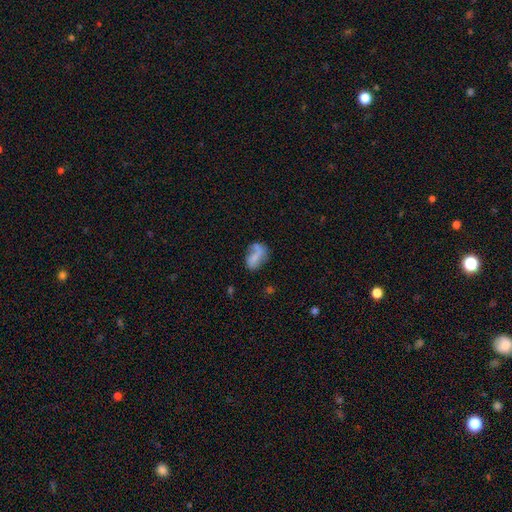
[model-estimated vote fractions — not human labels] A smooth galaxy with no disk features (60%) that is in between round and cigar-shaped (83%). Merging: none (37%).